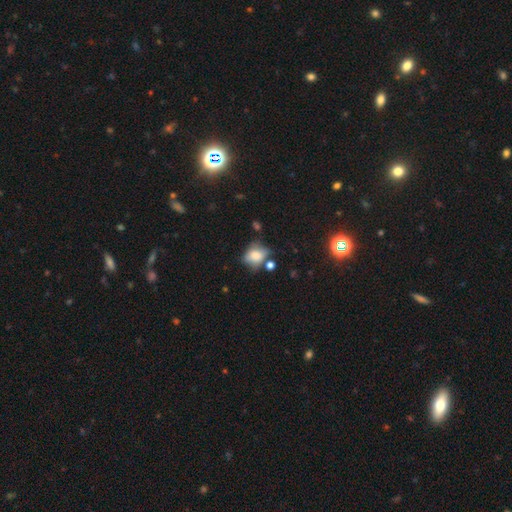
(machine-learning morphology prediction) Smooth or featured? smooth (73%)
How rounded? in between (53%)
Merging? none (48%)